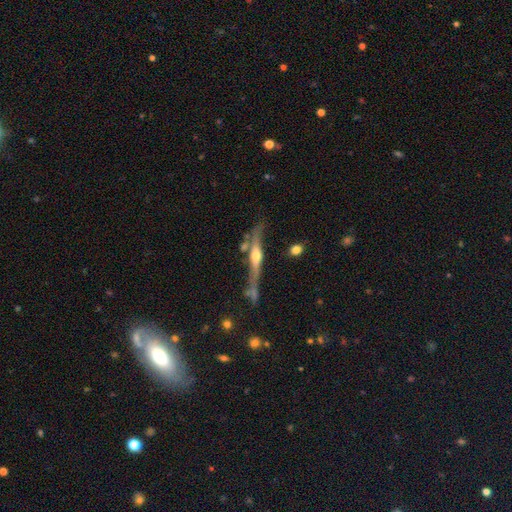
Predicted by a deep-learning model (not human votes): This is likely a featured or disk galaxy (75%). It is clearly viewed edge-on (93%). Edge-on bulge: clearly rounded (90%). Merging: possibly none (59%).